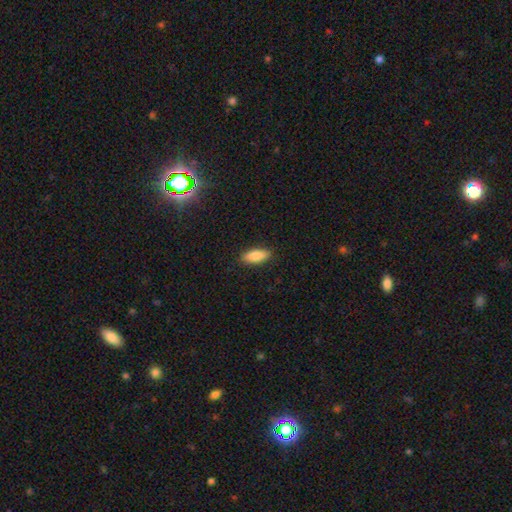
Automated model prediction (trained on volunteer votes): Morphology: type=smooth (86%); roundness=in between (76%); merging=none (89%).